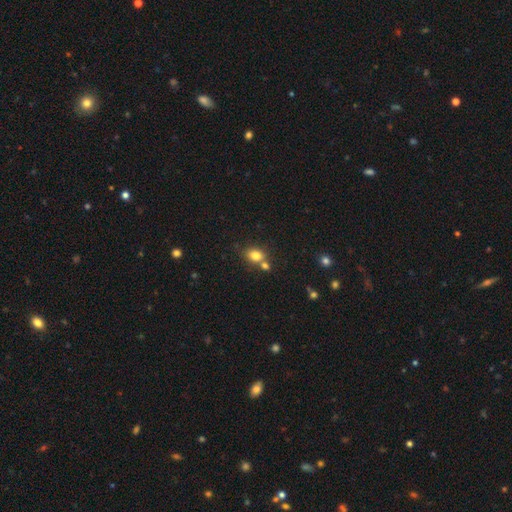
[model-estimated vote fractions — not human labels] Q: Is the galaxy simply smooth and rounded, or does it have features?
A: smooth — 80%.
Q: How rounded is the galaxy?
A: in between — 54%.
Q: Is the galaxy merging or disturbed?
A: none — 56%.